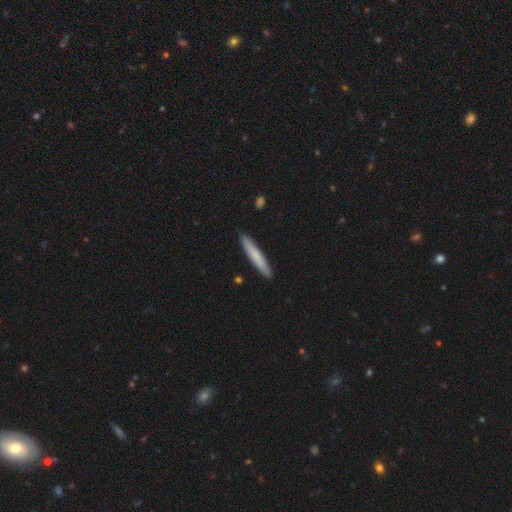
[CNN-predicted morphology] type=smooth (72%); roundness=cigar-shaped (95%); merging=none (90%).